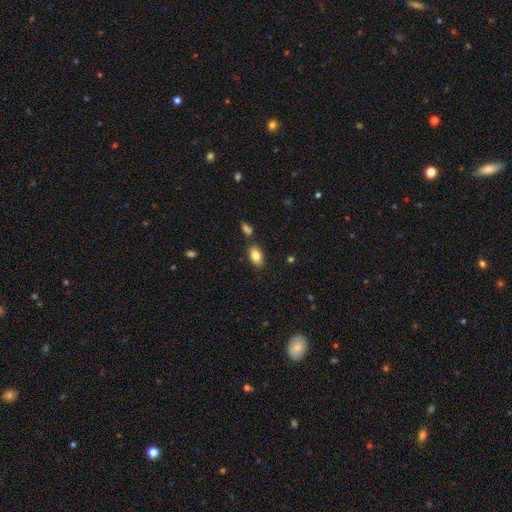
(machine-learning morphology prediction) This appears to be a smooth galaxy with no disk features (83%) that is in between round and cigar-shaped (91%). Merging: none (80%).